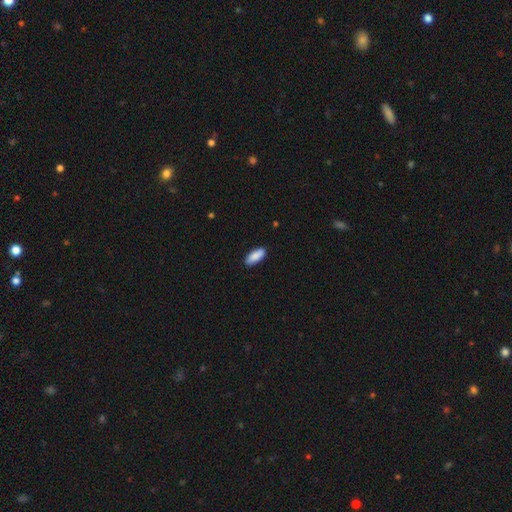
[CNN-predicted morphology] Smooth or featured: smooth — 90% (star or artifact — 6%)
How rounded: in between — 81% (cigar-shaped — 17%)
Merging: none — 88% (minor disturbance — 9%)